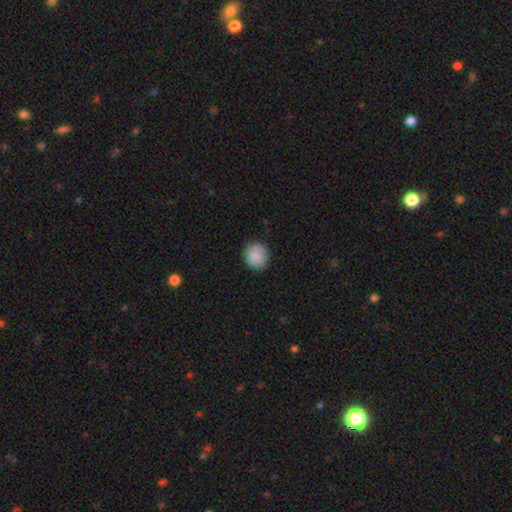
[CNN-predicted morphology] type=smooth (89%); roundness=round (90%); merging=none (87%).